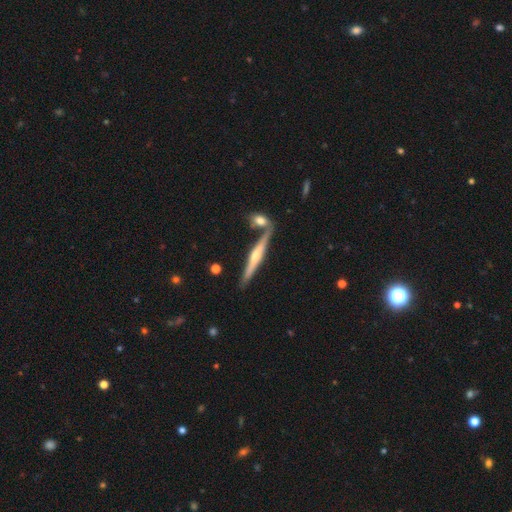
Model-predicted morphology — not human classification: A featured or disk galaxy (75%) viewed edge-on (97%) with a rounded central bulge (82%).

Vote fractions:
- Smooth or featured? featured or disk: 75% / smooth: 19% / star or artifact: 6%
- Edge-on disk? yes: 97% / no: 3%
- Edge-on bulge? rounded: 82% / none: 10% / boxy: 8%
- Merging? none: 78% / merger: 11% / minor disturbance: 9% / major disturbance: 2%